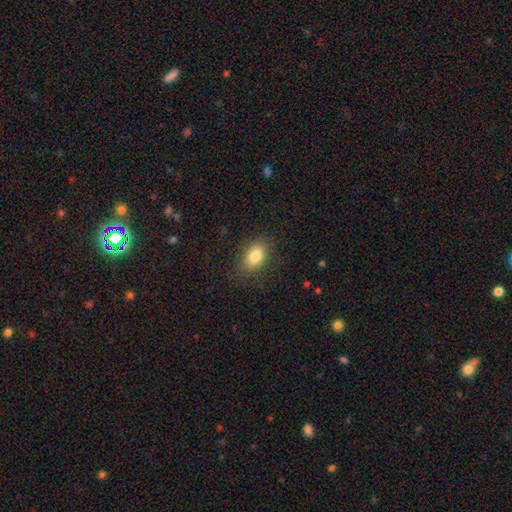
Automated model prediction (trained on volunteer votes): Smooth or featured? Predicted: smooth (p=0.83). How rounded? Predicted: in between (p=0.83). Merging? Predicted: none (p=0.84).